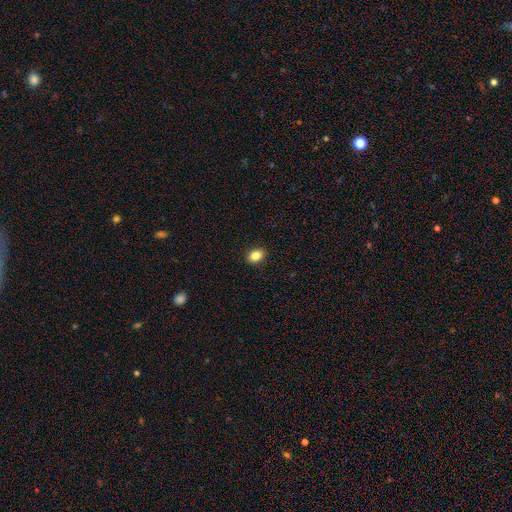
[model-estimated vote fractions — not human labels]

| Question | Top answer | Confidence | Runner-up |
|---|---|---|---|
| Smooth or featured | smooth | 85% | star or artifact (9%) |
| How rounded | in between | 70% | round (29%) |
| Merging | none | 91% | minor disturbance (7%) |